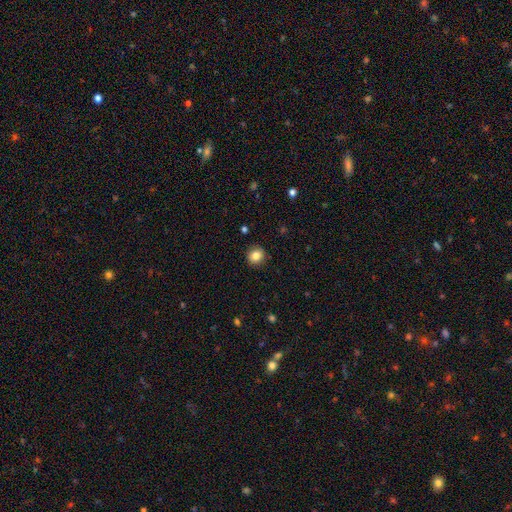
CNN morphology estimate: This appears to be a smooth galaxy with no disk features (84%) that is round (86%). Merging: none (91%).